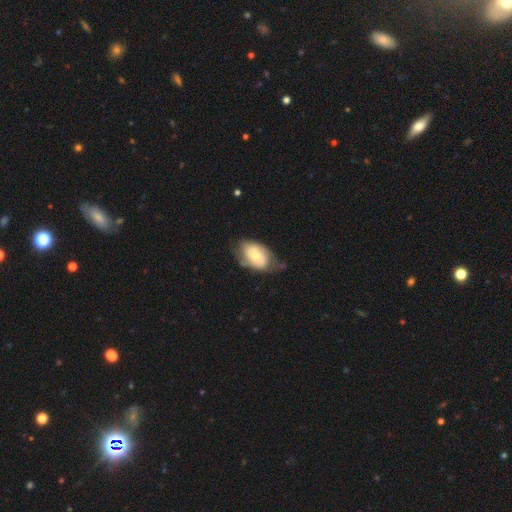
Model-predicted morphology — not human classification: Smooth or featured? Predicted: featured or disk (p=0.55). Edge-on disk? Predicted: no (p=0.95). Bar? Predicted: no (p=0.63). Spiral arms? Predicted: yes (p=0.78). Bulge size? Predicted: moderate (p=0.55). Merging? Predicted: none (p=0.58).